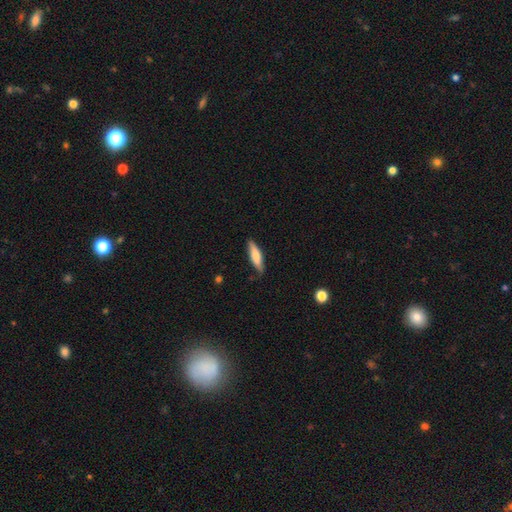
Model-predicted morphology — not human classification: type=smooth (72%); roundness=cigar-shaped (68%); merging=none (80%).